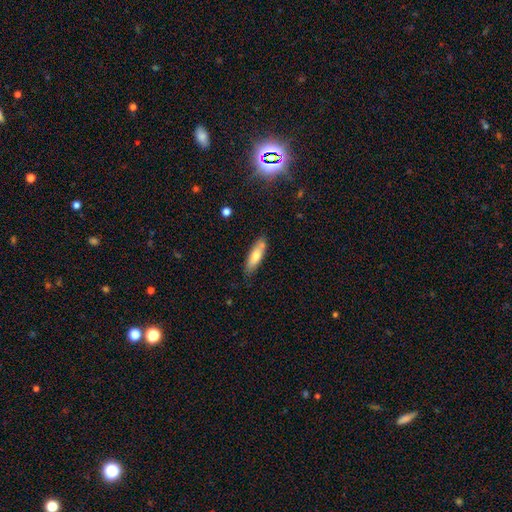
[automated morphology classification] This appears to be a smooth galaxy with no disk features (70%) that is cigar-shaped (59%). Merging: none (76%).